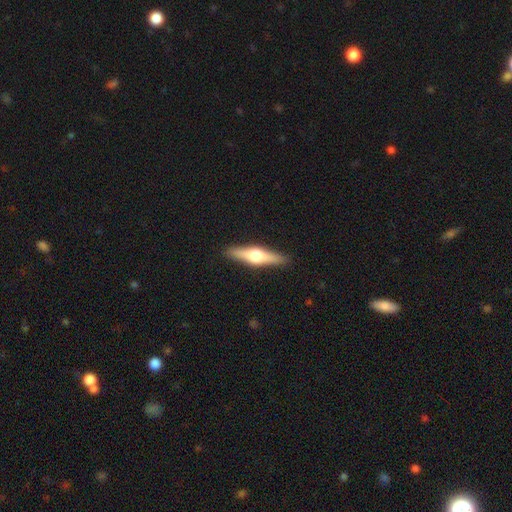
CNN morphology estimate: smooth-or-featured: featured or disk: 60% | smooth: 35% | star or artifact: 5%
  disk-edge-on: yes: 96% | no: 4%
    edge-on-bulge: rounded: 93% | boxy: 5% | none: 2%
  merging: none: 90% | minor disturbance: 7% | major disturbance: 2% | merger: 1%